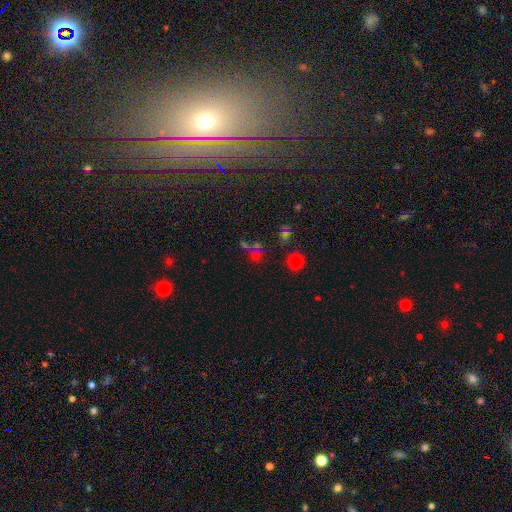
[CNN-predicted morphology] This appears to be a star or artifact, not a galaxy (45%).